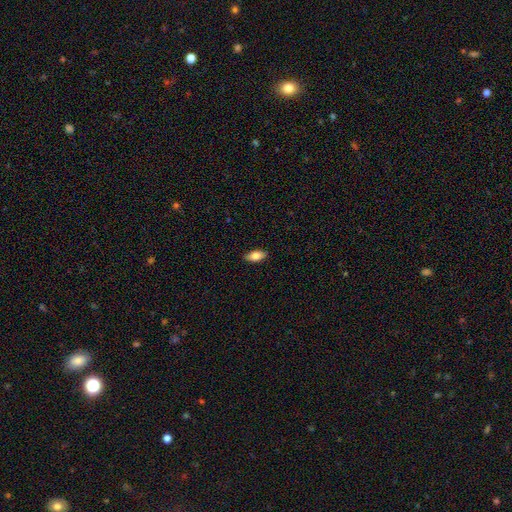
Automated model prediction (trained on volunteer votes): Morphology: type=smooth (79%); roundness=in between (88%); merging=none (89%).